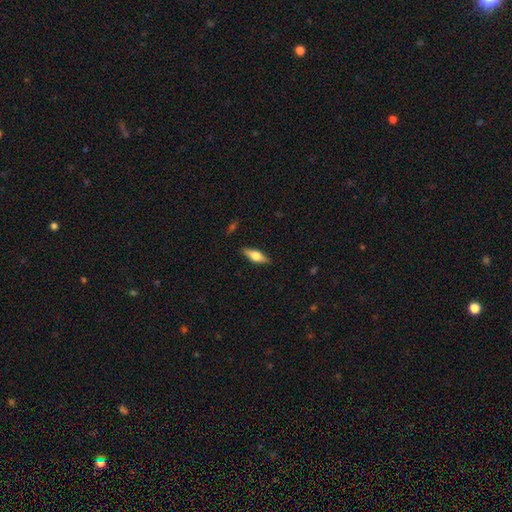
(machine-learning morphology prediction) Smooth or featured?
  - featured or disk: 47% * (tied)
  - smooth: 47% * (tied)
  - star or artifact: 6%
Merging?
  - none: 88% *
  - minor disturbance: 9%
  - major disturbance: 2%
  - merger: 1%